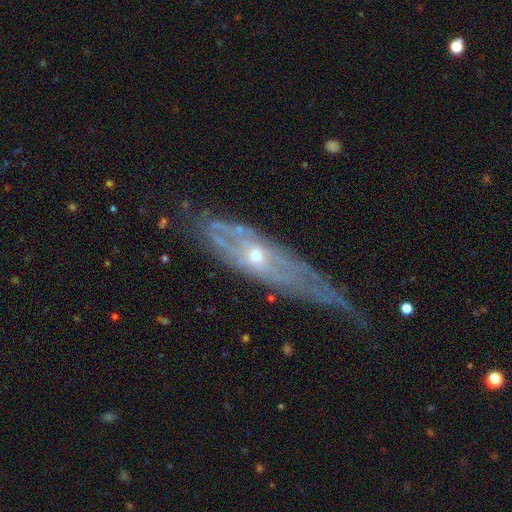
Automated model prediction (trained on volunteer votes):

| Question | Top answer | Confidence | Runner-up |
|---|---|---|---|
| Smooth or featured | featured or disk | 77% | smooth (16%) |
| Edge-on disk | no | 63% | yes (37%) |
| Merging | none | 46% | minor disturbance (32%) |